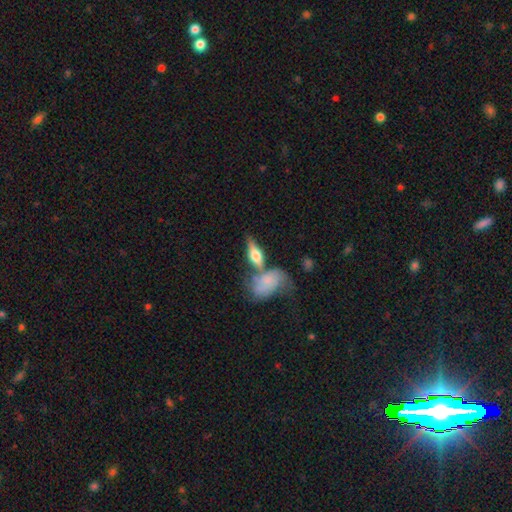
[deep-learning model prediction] Smooth or featured?
  - featured or disk: 47% *
  - smooth: 46%
  - star or artifact: 8%
Merging?
  - none: 42% *
  - merger: 33%
  - minor disturbance: 16%
  - major disturbance: 9%